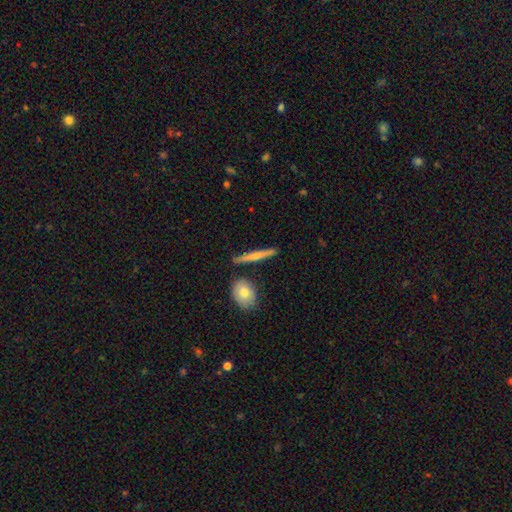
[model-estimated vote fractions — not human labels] This appears to be a smooth galaxy with no disk features (51%) that is cigar-shaped (89%). Merging: none (85%).